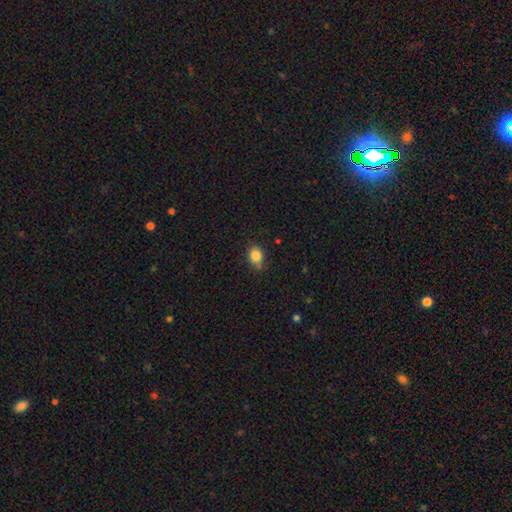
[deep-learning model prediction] smooth_or_featured: smooth (p=0.83) [alt: star or artifact p=0.11]
how_rounded: round (p=0.57) [alt: in between p=0.41]
merging: none (p=0.66) [alt: minor disturbance p=0.26]